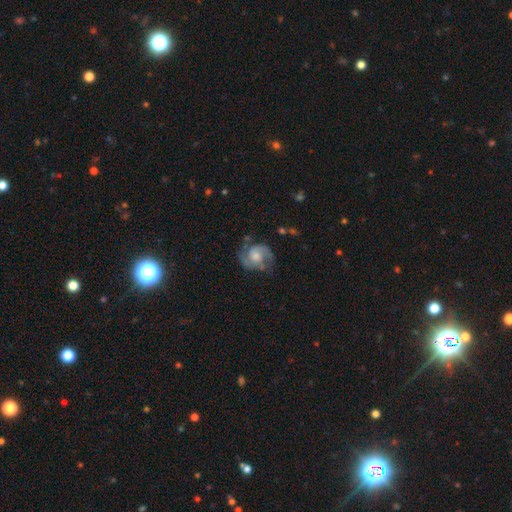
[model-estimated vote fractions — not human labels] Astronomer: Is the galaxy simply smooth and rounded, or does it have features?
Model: featured or disk — 80%.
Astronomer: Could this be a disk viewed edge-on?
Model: no — 98%.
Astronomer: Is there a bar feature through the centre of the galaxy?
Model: no — 64%.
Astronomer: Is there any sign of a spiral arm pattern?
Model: yes — 95%.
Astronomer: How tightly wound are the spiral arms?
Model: medium — 52% (runner-up: tight, 30%).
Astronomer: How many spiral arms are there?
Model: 2 — 88%.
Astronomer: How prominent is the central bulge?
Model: moderate — 46% (runner-up: small, 28%).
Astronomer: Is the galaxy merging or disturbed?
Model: none — 69%.